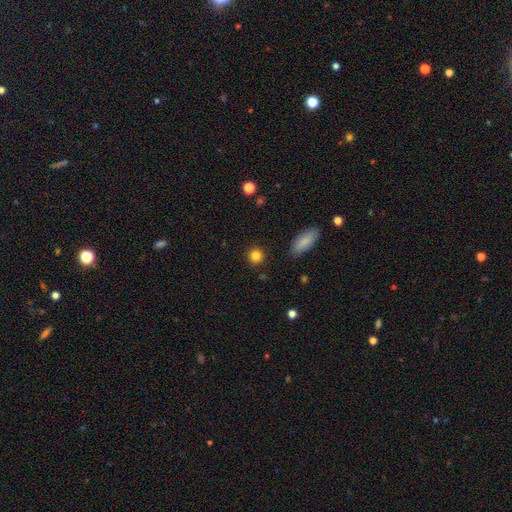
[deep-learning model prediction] smooth-or-featured: smooth: 84% | star or artifact: 11% | featured or disk: 5%
  how-rounded: round: 91% | in between: 8% | cigar-shaped: 1%
  merging: none: 90% | minor disturbance: 6% | major disturbance: 2% | merger: 2%